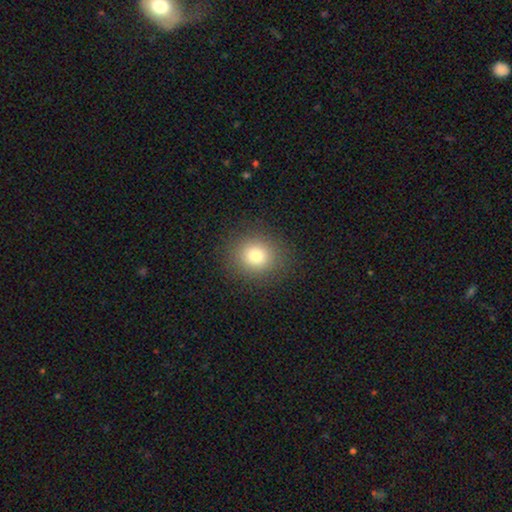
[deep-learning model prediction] smooth_or_featured: smooth (p=0.79) [alt: star or artifact p=0.12]
how_rounded: round (p=0.81) [alt: in between p=0.18]
merging: none (p=0.89) [alt: minor disturbance p=0.07]